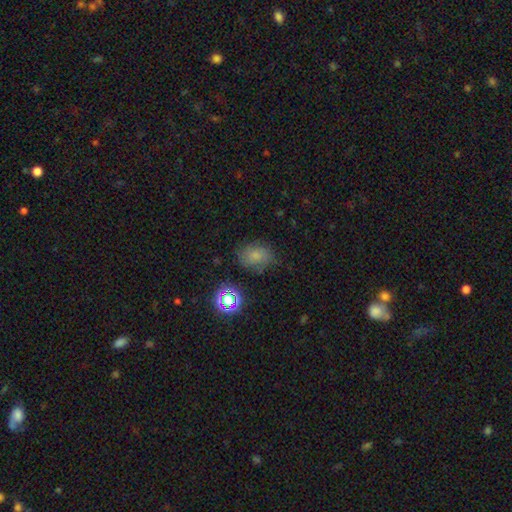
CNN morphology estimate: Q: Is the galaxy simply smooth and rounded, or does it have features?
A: smooth — 68%.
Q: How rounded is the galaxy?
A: in between — 57%.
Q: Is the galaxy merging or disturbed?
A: none — 67%.